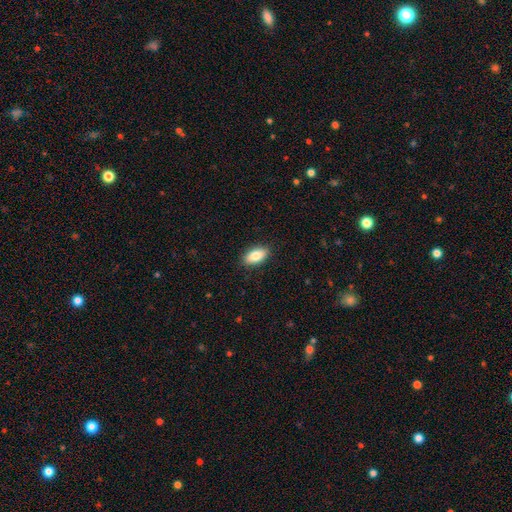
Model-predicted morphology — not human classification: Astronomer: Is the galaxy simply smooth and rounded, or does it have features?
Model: smooth — 84%.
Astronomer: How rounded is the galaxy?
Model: in between — 89%.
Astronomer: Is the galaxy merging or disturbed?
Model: none — 88%.